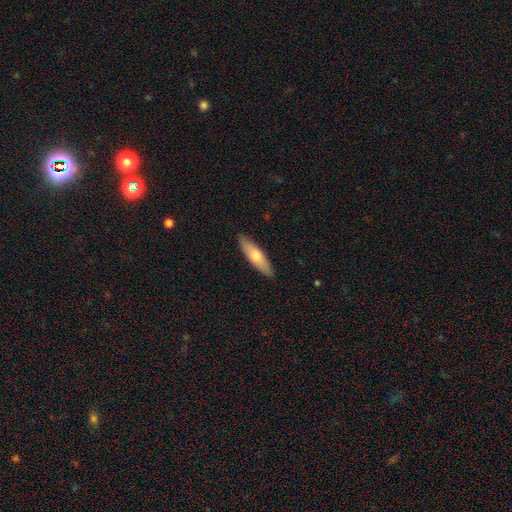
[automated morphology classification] This appears to be a smooth galaxy with no disk features (64%) that is cigar-shaped (61%). Merging: none (89%).